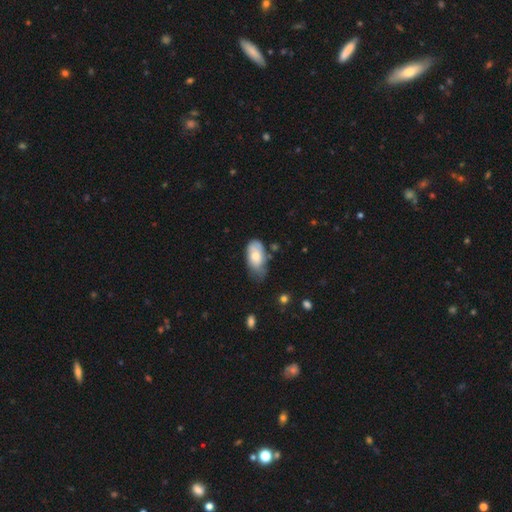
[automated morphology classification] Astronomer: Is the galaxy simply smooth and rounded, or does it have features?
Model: smooth — 70%.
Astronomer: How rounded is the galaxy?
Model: in between — 93%.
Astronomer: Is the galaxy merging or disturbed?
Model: minor disturbance — 42% (runner-up: none, 40%).